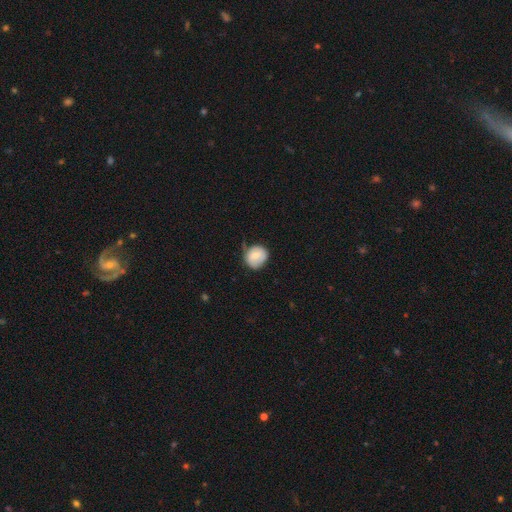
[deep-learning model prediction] A smooth galaxy with no disk features (73%) that is round (79%).

Vote fractions:
- Smooth or featured? smooth: 73% / featured or disk: 20% / star or artifact: 7%
- How rounded? round: 79% / in between: 20% / cigar-shaped: 1%
- Merging? none: 59% / minor disturbance: 32% / major disturbance: 7% / merger: 2%